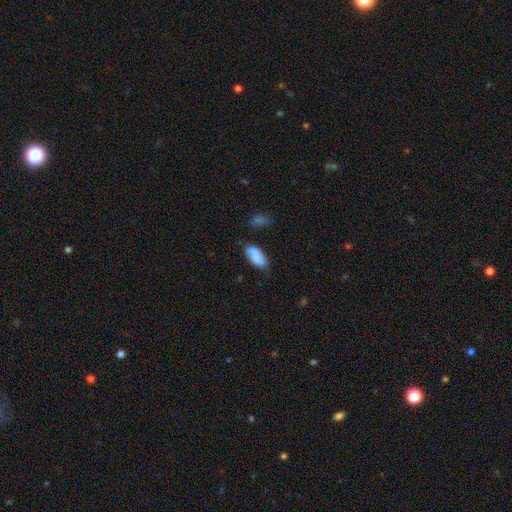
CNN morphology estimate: The model was most divided on "merging": none: 72%, minor disturbance: 19%, merger: 5%, major disturbance: 4%. More confident: how rounded — in between (92%); smooth or featured — smooth (83%).